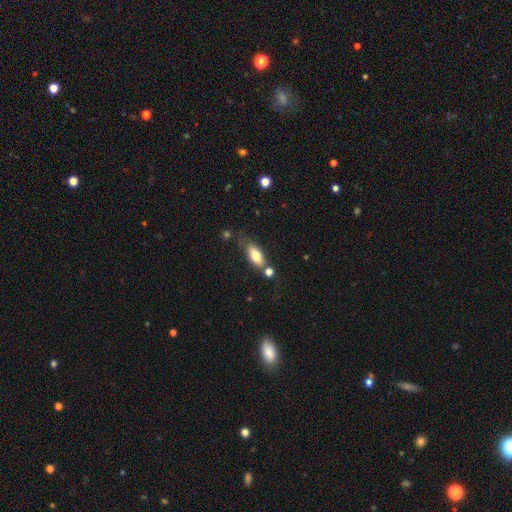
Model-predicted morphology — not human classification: A smooth galaxy with no disk features (75%) that is in between round and cigar-shaped (80%). Merging: none (58%).